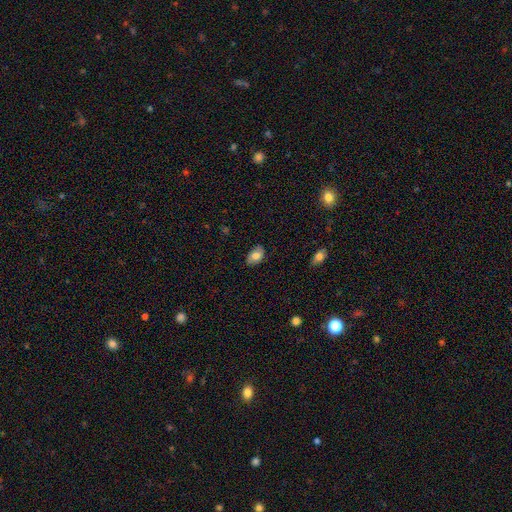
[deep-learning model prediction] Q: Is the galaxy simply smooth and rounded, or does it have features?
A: smooth — 70%.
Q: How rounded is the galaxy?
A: in between — 89%.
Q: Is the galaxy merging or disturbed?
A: none — 78%.